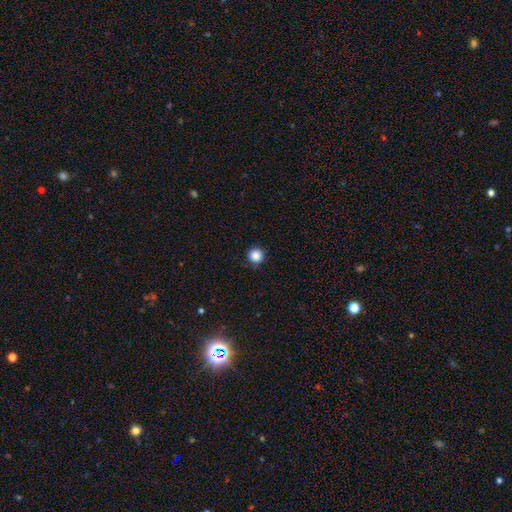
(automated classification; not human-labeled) Smooth or featured?
  - smooth: 86% *
  - star or artifact: 11%
  - featured or disk: 3%
How rounded?
  - round: 95% *
  - in between: 4%
  - cigar-shaped: 1%
Merging?
  - none: 90% *
  - minor disturbance: 7%
  - major disturbance: 2%
  - merger: 1%